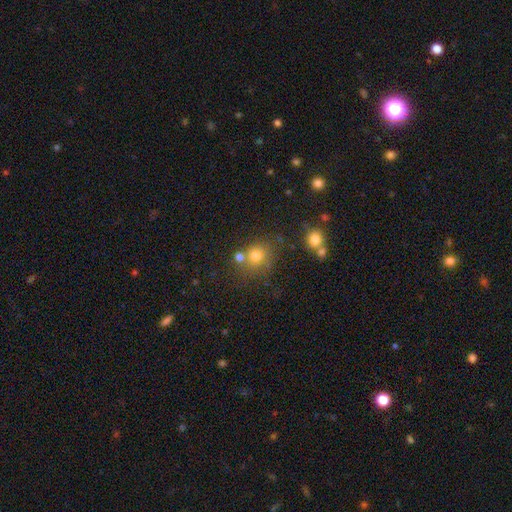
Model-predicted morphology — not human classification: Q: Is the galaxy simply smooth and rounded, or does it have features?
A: smooth — 75%.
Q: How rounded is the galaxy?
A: round — 85%.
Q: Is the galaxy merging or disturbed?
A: none — 64%.